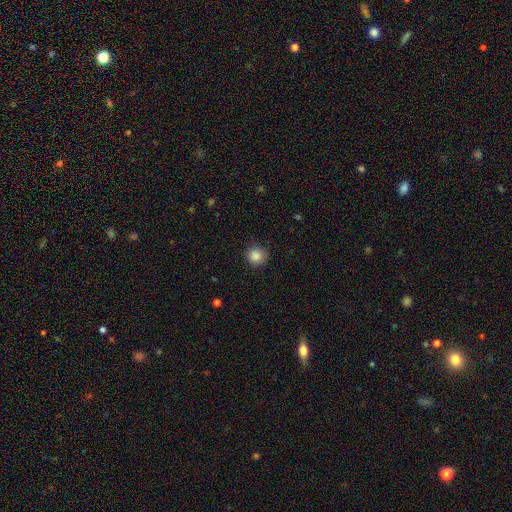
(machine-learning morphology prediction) Smooth or featured? Predicted: smooth (p=0.87). How rounded? Predicted: round (p=0.93). Merging? Predicted: none (p=0.87).